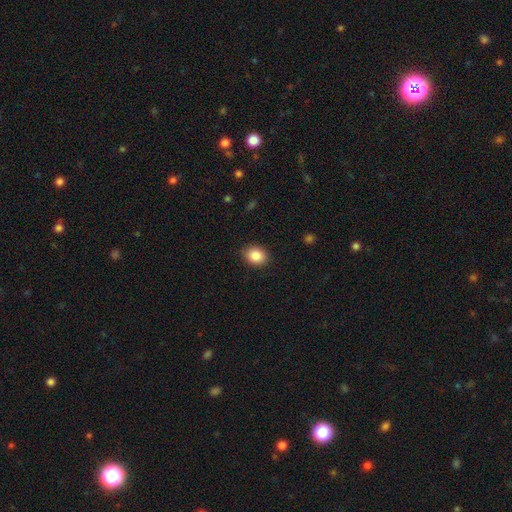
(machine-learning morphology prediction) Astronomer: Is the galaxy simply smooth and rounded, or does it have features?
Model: smooth — 87%.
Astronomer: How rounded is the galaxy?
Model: round — 50% (runner-up: in between, 49%).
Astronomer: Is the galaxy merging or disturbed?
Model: none — 88%.